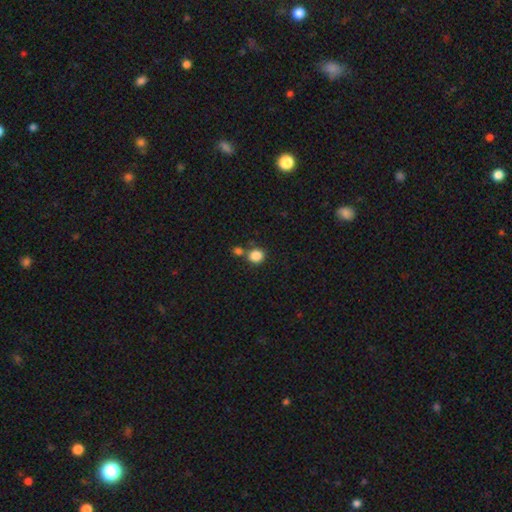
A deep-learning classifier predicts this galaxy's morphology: A smooth galaxy with no disk features (86%) that is round (78%). Merging: none (63%).